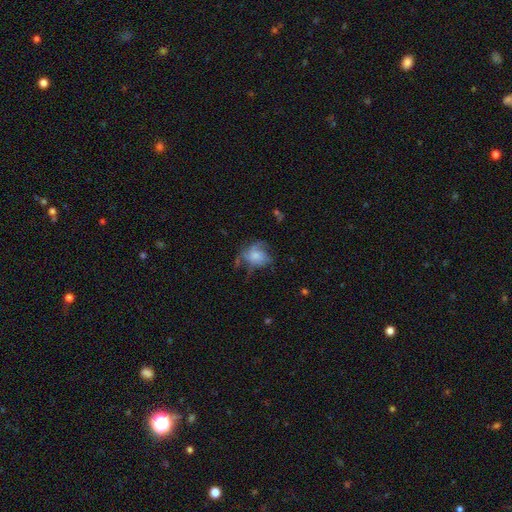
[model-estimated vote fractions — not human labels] smooth-or-featured: featured or disk: 52% | smooth: 37% | star or artifact: 11%
  disk-edge-on: no: 97% | yes: 3%
    bar: no: 77% | weak: 20% | strong: 3%
    has-spiral-arms: yes: 68% | no: 32%
    bulge-size: small: 33% (tied) | moderate: 33% (tied) | none: 19% | large: 12% | dominant: 3%
  merging: none: 40% | major disturbance: 32% | minor disturbance: 25% | merger: 3%